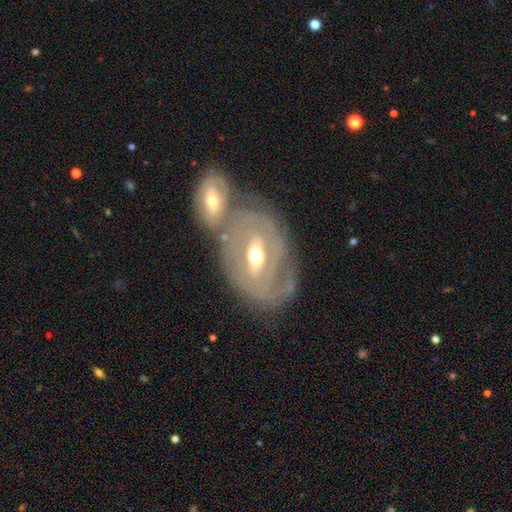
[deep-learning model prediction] Morphology: type=featured or disk (79%); edge-on=no (93%); bar=strong (44%); spiral arms=yes (67%); bulge=moderate (71%); merging=none (44%).